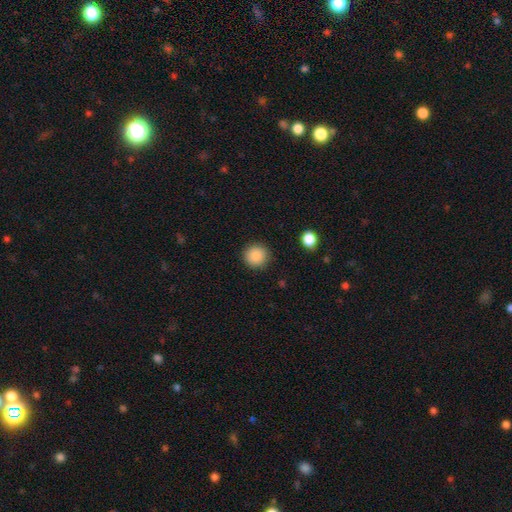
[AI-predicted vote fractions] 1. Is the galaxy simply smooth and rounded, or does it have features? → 87% smooth, 9% star or artifact, 4% featured or disk.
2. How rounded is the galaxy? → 94% round, 5% in between, 1% cigar-shaped.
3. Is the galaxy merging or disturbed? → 91% none, 6% minor disturbance, 2% major disturbance, 1% merger.